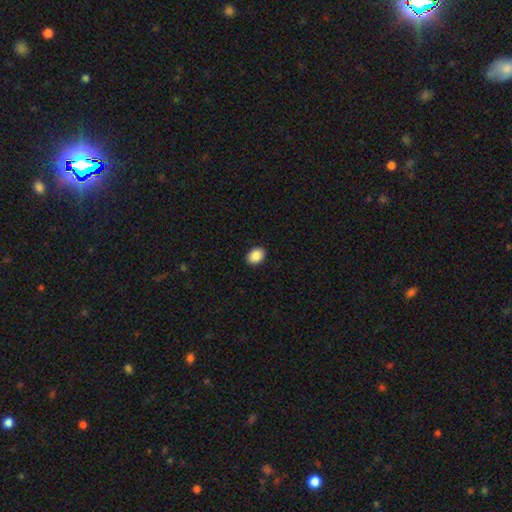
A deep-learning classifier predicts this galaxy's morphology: smooth 89%, star or artifact 8%, featured or disk 4%. Down the decision tree: how rounded — in between (74%); merging — none (91%).